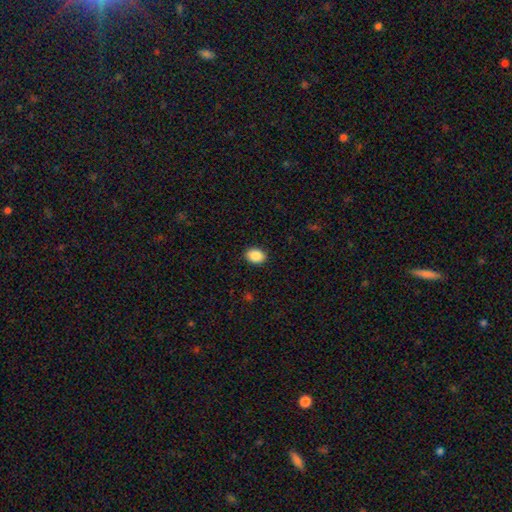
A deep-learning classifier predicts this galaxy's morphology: Smooth or featured? Predicted: smooth (p=0.88). How rounded? Predicted: in between (p=0.68). Merging? Predicted: none (p=0.90).